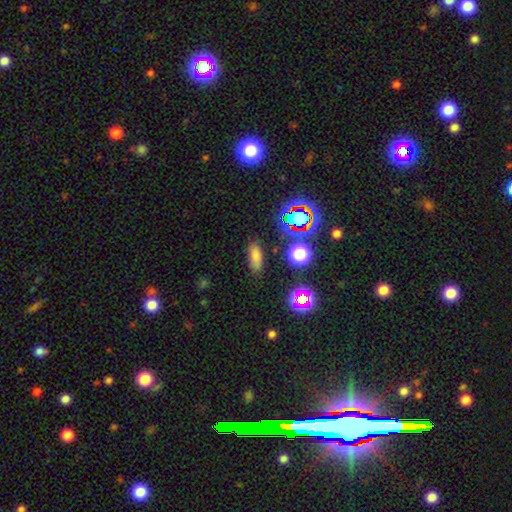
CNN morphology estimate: type=smooth (71%); roundness=in between (72%); merging=none (82%).